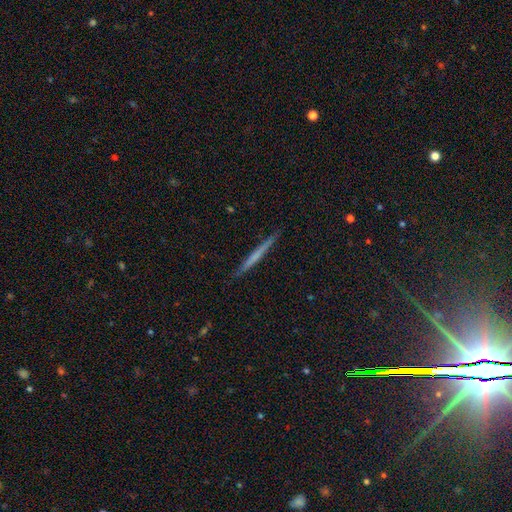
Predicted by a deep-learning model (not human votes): smooth_or_featured: smooth (p=0.48) [alt: featured or disk p=0.46]
merging: none (p=0.90) [alt: minor disturbance p=0.07]